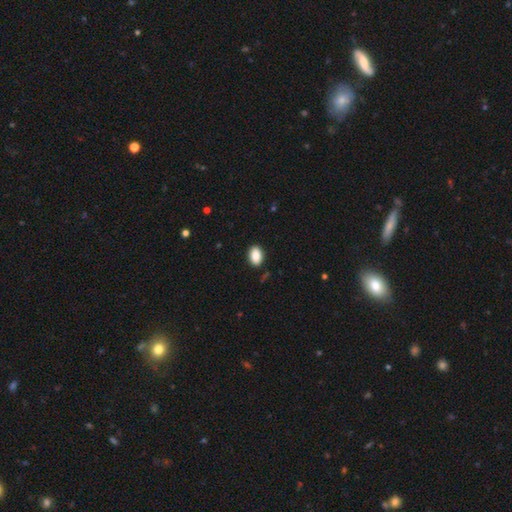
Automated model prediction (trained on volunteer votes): smooth 89%, star or artifact 7%, featured or disk 4%. Down the decision tree: how rounded — in between (87%); merging — none (88%).